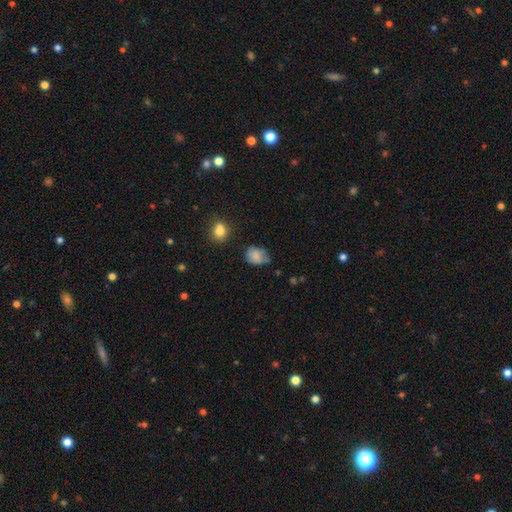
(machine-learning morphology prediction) A smooth galaxy with no disk features (80%) that is in between round and cigar-shaped (63%).

Vote fractions:
- Smooth or featured? smooth: 80% / featured or disk: 11% / star or artifact: 9%
- How rounded? in between: 63% / round: 36% / cigar-shaped: 1%
- Merging? none: 48% / minor disturbance: 38% / major disturbance: 11% / merger: 3%